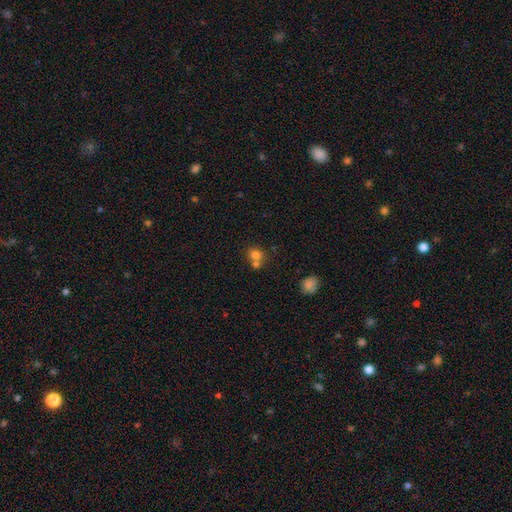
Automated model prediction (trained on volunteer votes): Q: Smooth or featured?
A: smooth (75%); runner-up: star or artifact (13%)
Q: How rounded?
A: round (76%); runner-up: in between (23%)
Q: Merging?
A: merger (47%); runner-up: none (43%)